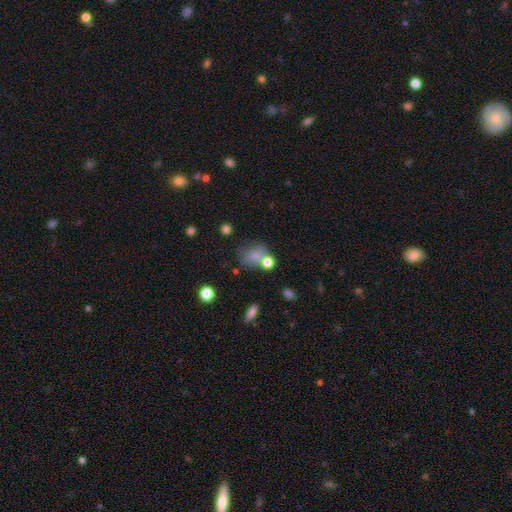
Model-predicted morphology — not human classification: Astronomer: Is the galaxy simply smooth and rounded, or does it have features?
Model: smooth — 74%.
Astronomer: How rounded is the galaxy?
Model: in between — 50% (runner-up: round, 48%).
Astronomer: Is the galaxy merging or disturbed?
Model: none — 47%.